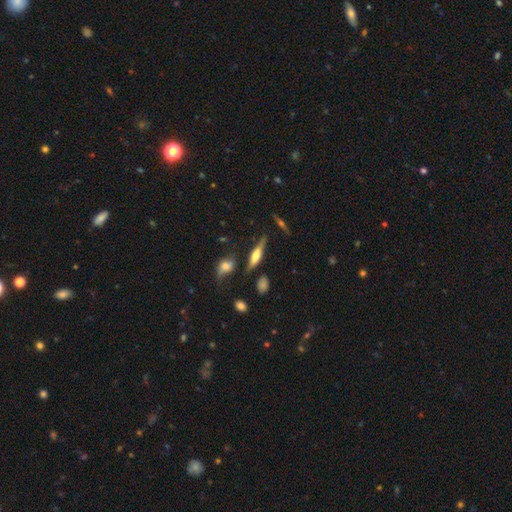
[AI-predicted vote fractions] Morphology: type=featured or disk (51%); edge-on=yes (88%); merging=none (63%).